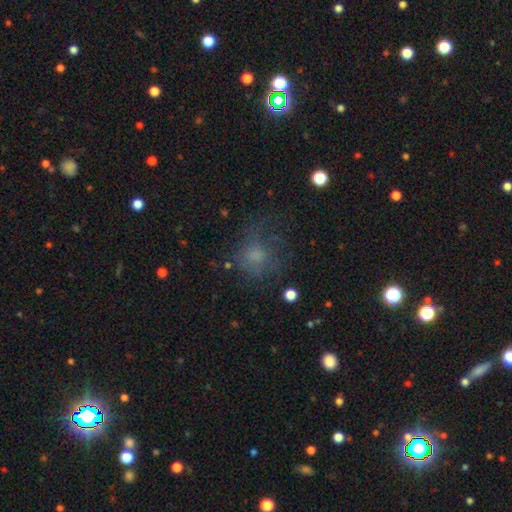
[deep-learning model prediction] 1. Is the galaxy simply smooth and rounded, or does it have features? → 60% smooth, 23% featured or disk, 18% star or artifact.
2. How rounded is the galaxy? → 72% round, 27% in between, 1% cigar-shaped.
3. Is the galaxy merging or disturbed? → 48% none, 29% major disturbance, 21% minor disturbance, 2% merger.